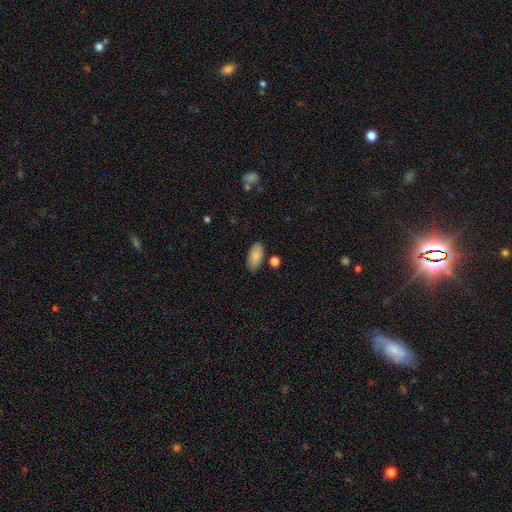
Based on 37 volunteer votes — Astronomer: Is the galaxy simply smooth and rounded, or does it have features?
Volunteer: smooth — 92%.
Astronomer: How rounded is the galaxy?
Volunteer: in between — 91%.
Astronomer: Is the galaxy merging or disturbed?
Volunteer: none — 86%.